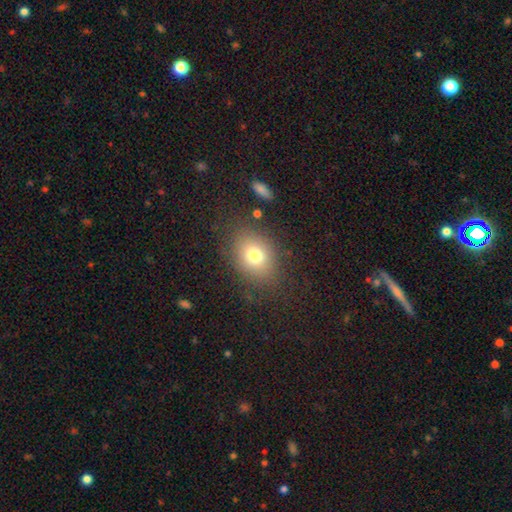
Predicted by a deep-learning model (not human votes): Smooth or featured?
  - smooth: 74% *
  - star or artifact: 15%
  - featured or disk: 11%
How rounded?
  - in between: 54% *
  - round: 45%
  - cigar-shaped: 1%
Merging?
  - none: 85% *
  - minor disturbance: 10%
  - major disturbance: 3%
  - merger: 2%